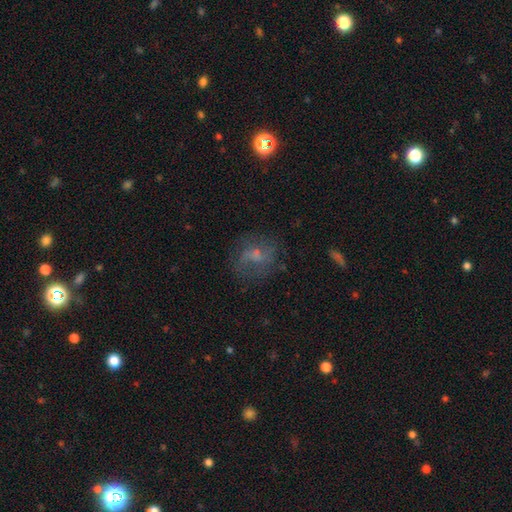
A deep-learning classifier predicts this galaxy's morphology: smooth-or-featured: featured or disk: 44% | smooth: 41% | star or artifact: 15%
  merging: none: 61% | minor disturbance: 20% | major disturbance: 17% | merger: 2%